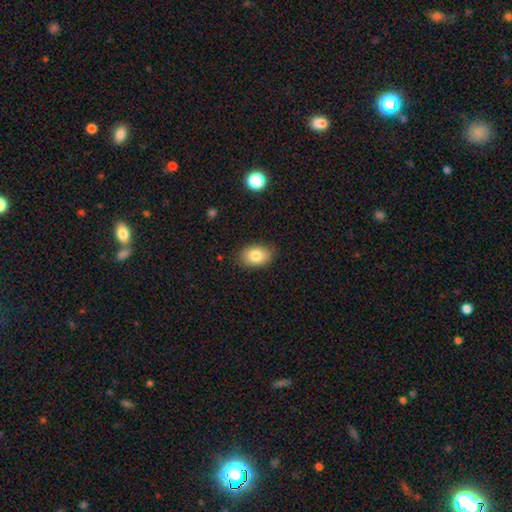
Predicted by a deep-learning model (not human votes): Morphology: type=smooth (83%); roundness=in between (83%); merging=none (85%).